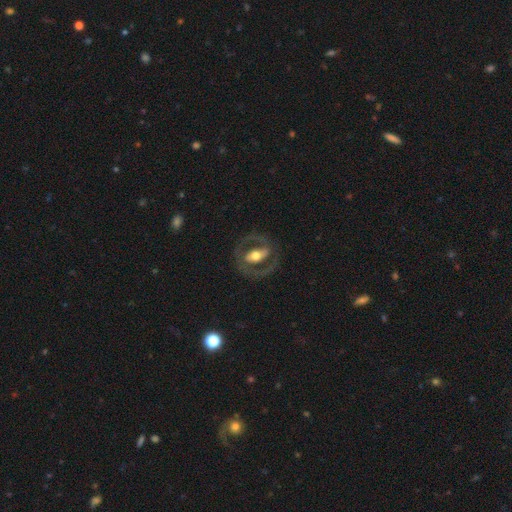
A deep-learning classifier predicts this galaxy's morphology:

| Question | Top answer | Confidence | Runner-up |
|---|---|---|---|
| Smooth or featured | featured or disk | 74% | smooth (20%) |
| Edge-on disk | no | 93% | yes (7%) |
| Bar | strong | 38% | no (34%) |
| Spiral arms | yes | 55% | no (45%) |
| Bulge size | moderate | 65% | large (20%) |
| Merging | none | 73% | minor disturbance (13%) |